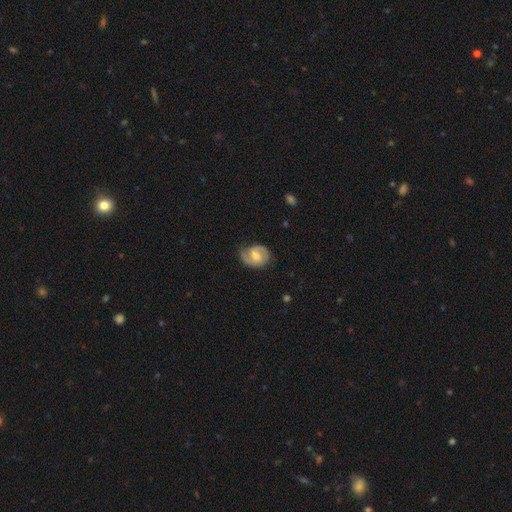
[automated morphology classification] The model was most divided on "spiral winding": medium: 48%, tight: 36%, loose: 16%. More confident: edge-on disk — no (98%); spiral arms — yes (94%); spiral arm count — 2 (84%); smooth or featured — featured or disk (77%); merging — none (72%); bulge size — moderate (55%); bar — weak (54%).